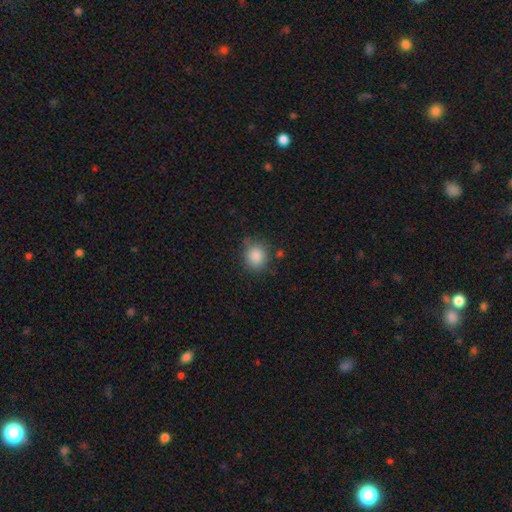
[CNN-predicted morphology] A smooth galaxy with no disk features (87%) that is round (77%). Merging: none (79%).